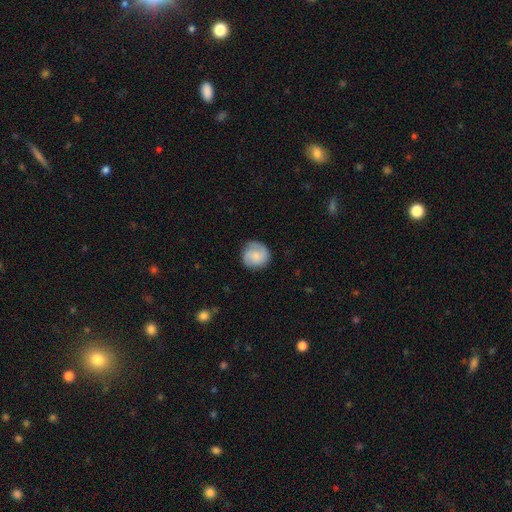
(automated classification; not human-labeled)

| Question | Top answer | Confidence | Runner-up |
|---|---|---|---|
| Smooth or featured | smooth | 57% | featured or disk (36%) |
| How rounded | round | 89% | in between (10%) |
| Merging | none | 78% | minor disturbance (15%) |